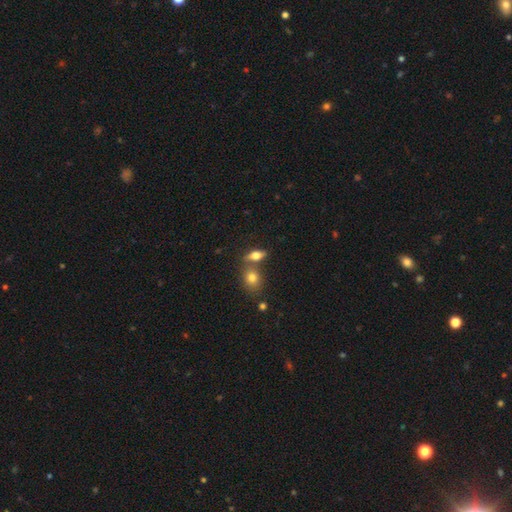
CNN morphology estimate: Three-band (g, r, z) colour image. It shows a smooth galaxy with no disk features (66%) that is in between round and cigar-shaped (74%). Merging: none (59%).